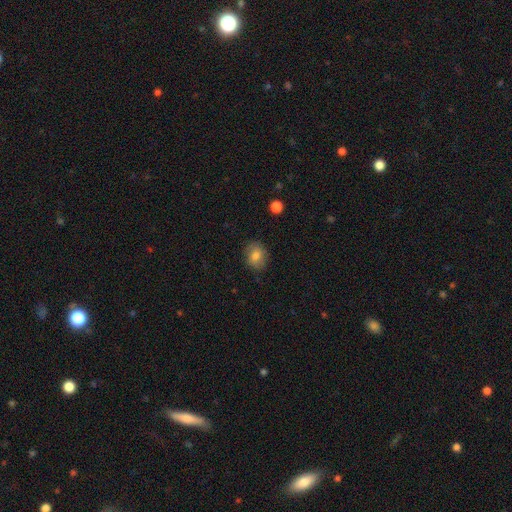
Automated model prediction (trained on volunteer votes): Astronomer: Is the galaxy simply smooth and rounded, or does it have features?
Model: smooth — 77%.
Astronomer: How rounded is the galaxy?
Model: round — 55% (runner-up: in between, 44%).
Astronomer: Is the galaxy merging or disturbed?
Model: none — 80%.